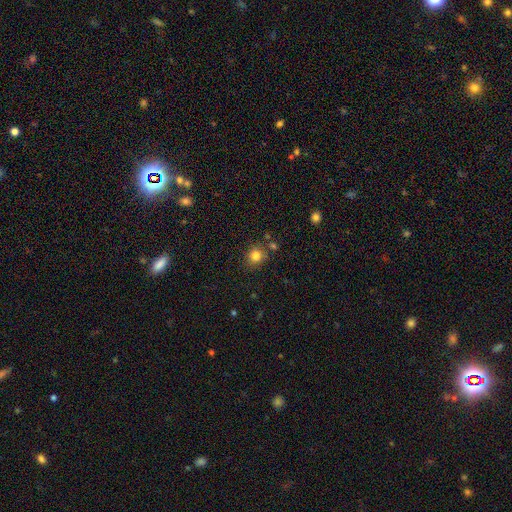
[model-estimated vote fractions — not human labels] This appears to be a smooth galaxy with no disk features (81%) that is round (87%). Merging: none (80%).